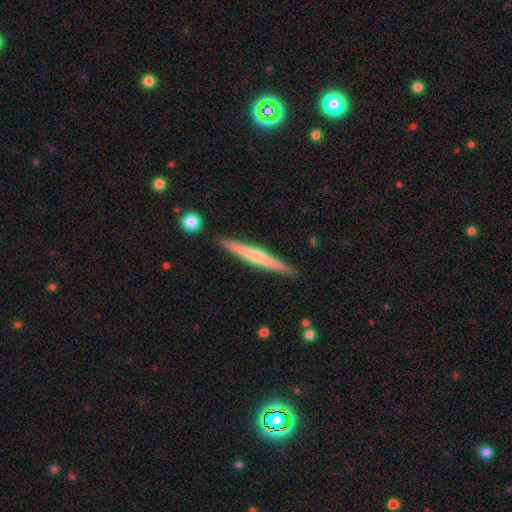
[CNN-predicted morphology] featured or disk 66%, smooth 27%, star or artifact 7%. Down the decision tree: edge-on disk — yes (97%); edge-on bulge — rounded (64%); merging — none (90%).